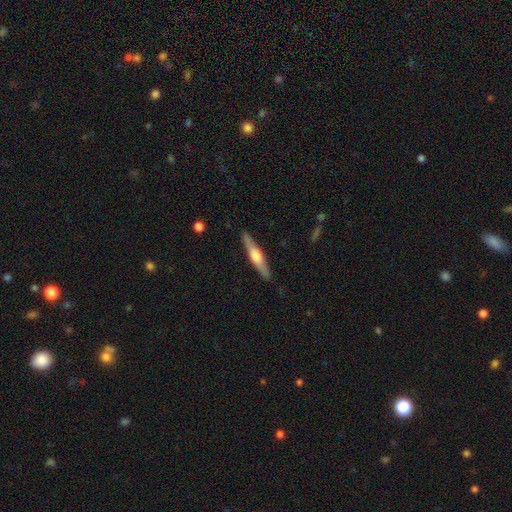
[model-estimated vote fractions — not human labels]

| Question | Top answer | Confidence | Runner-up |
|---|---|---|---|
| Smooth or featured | featured or disk | 64% | smooth (31%) |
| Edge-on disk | yes | 97% | no (3%) |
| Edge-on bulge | rounded | 89% | boxy (7%) |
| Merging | none | 90% | minor disturbance (7%) |